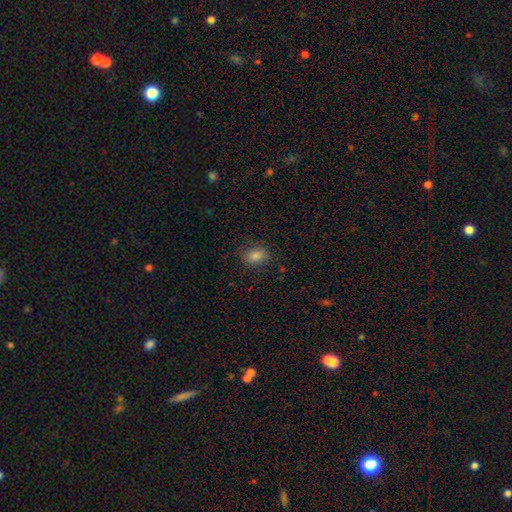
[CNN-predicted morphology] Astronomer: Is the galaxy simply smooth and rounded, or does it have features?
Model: smooth — 81%.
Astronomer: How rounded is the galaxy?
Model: in between — 75%.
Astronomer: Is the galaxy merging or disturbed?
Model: none — 80%.